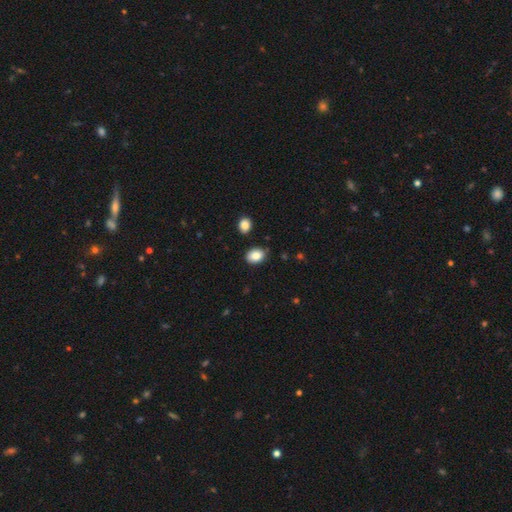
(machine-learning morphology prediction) type=smooth (86%); roundness=in between (70%); merging=none (83%).